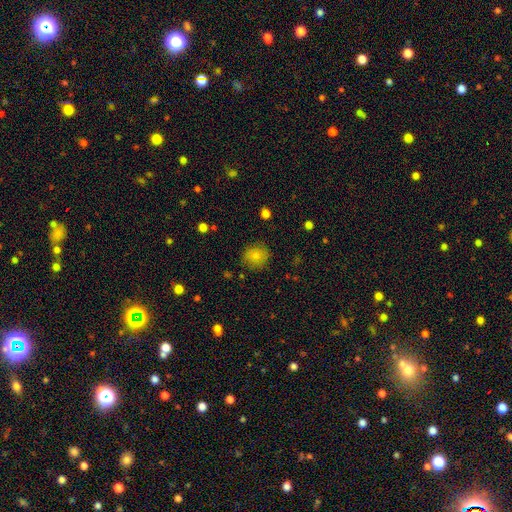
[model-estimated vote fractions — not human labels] A smooth galaxy with no disk features (80%) that is round (85%).

Vote fractions:
- Smooth or featured? smooth: 80% / star or artifact: 11% / featured or disk: 9%
- How rounded? round: 85% / in between: 14% / cigar-shaped: 1%
- Merging? none: 83% / minor disturbance: 12% / major disturbance: 3% / merger: 1%